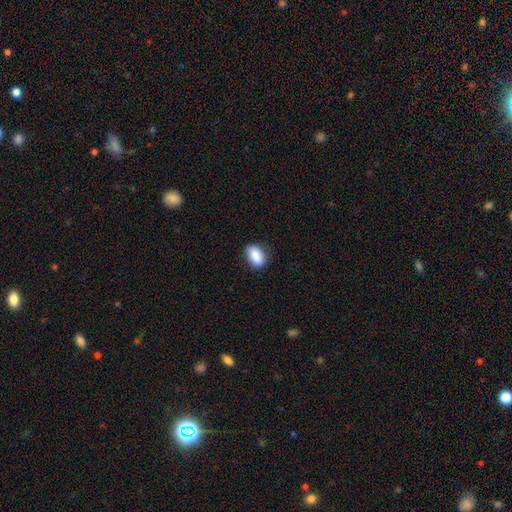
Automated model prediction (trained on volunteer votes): Smooth or featured? smooth (85%)
How rounded? in between (84%)
Merging? none (79%)